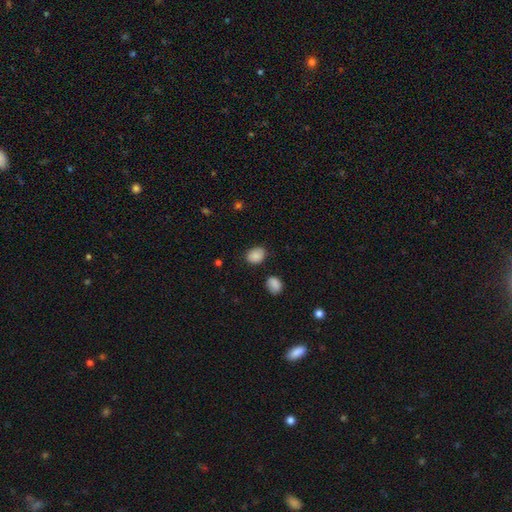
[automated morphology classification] This is clearly a smooth galaxy (87%). How rounded: likely in between (62%). Merging: likely none (77%).